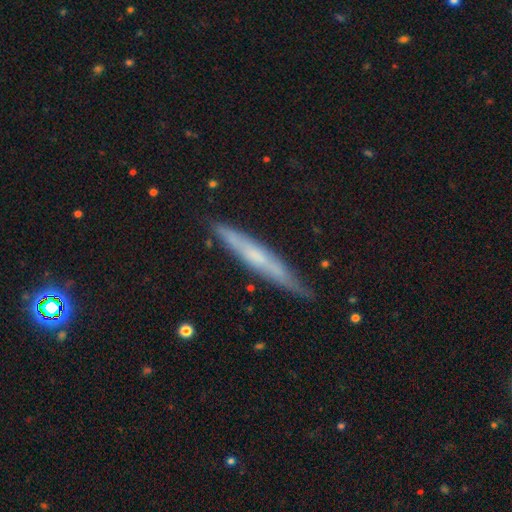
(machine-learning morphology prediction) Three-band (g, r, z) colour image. It shows a featured or disk galaxy (53%) viewed edge-on (92%). Merging: none (83%).